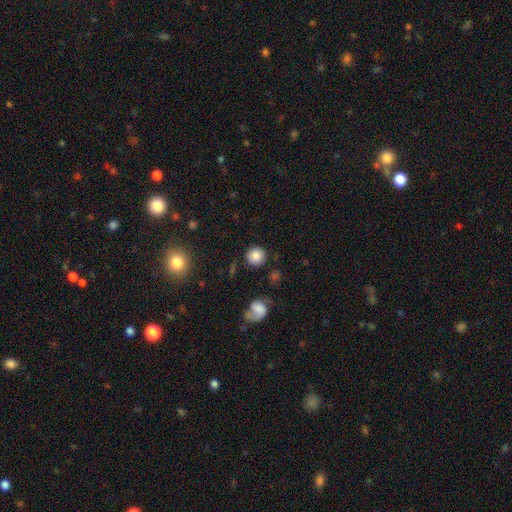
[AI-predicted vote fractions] smooth_or_featured: smooth (p=0.84) [alt: star or artifact p=0.09]
how_rounded: round (p=0.92) [alt: in between p=0.07]
merging: none (p=0.85) [alt: minor disturbance p=0.08]